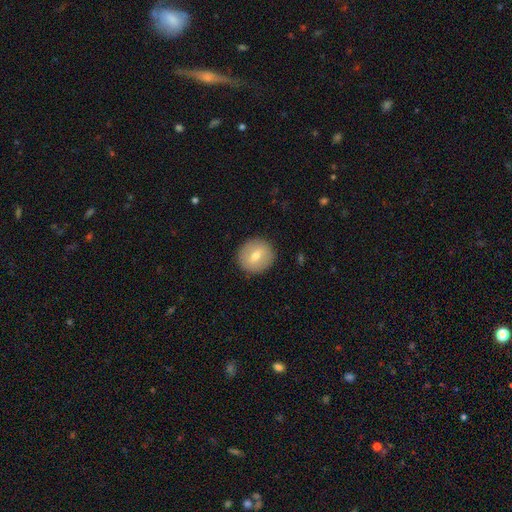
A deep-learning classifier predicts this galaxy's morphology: This appears to be a smooth galaxy with no disk features (64%) that is round (91%). Merging: none (91%).